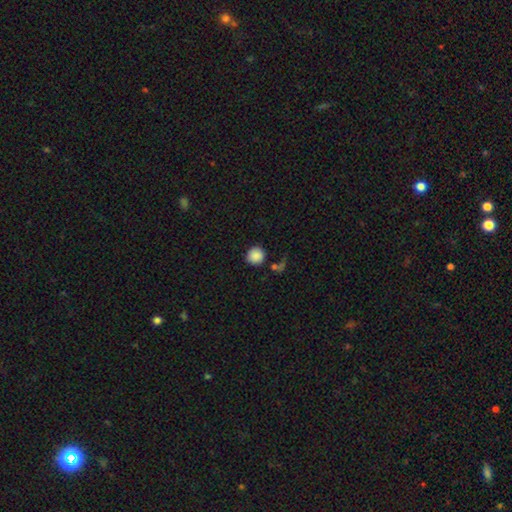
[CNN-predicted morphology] This is clearly a smooth galaxy (87%). How rounded: clearly round (93%). Merging: likely none (79%).